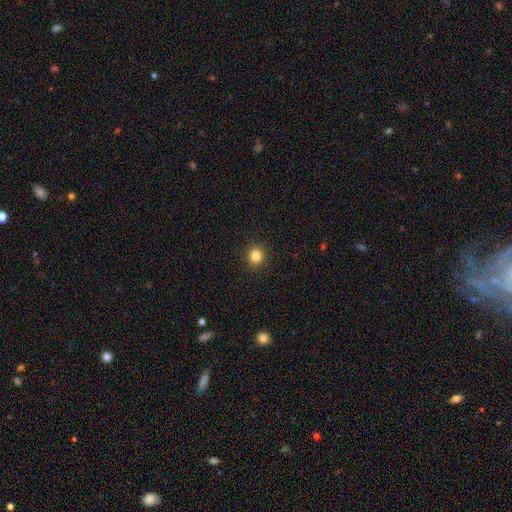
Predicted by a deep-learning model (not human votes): A smooth galaxy with no disk features (84%) that is round (87%).

Vote fractions:
- Smooth or featured? smooth: 84% / star or artifact: 11% / featured or disk: 5%
- How rounded? round: 87% / in between: 12% / cigar-shaped: 1%
- Merging? none: 92% / minor disturbance: 5% / major disturbance: 2% / merger: 1%